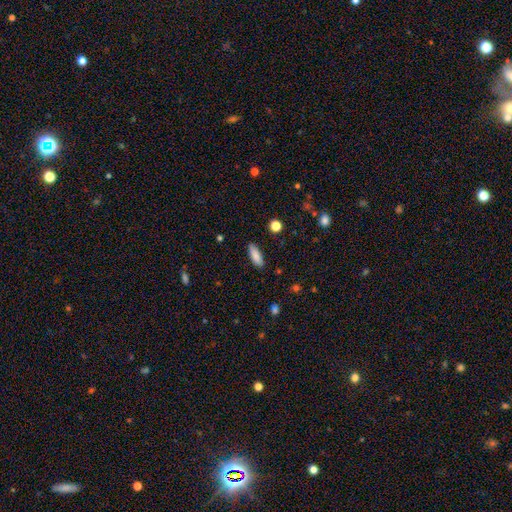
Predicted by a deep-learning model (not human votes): Smooth or featured: smooth — 85% (featured or disk — 8%)
How rounded: in between — 58% (cigar-shaped — 40%)
Merging: none — 87% (minor disturbance — 9%)